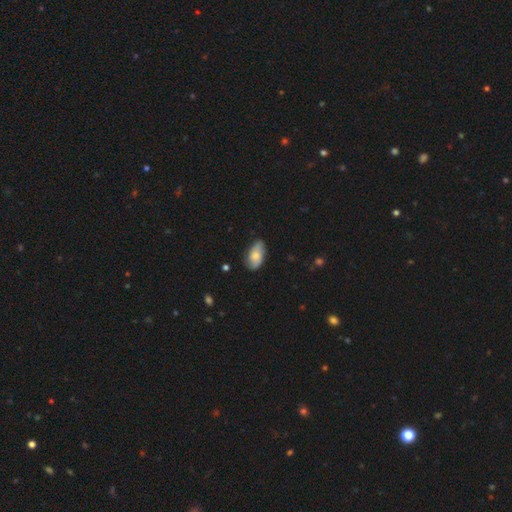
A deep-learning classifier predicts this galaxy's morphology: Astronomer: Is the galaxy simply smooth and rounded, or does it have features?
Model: smooth — 61%.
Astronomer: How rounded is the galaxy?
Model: in between — 92%.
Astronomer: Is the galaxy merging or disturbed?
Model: none — 71%.